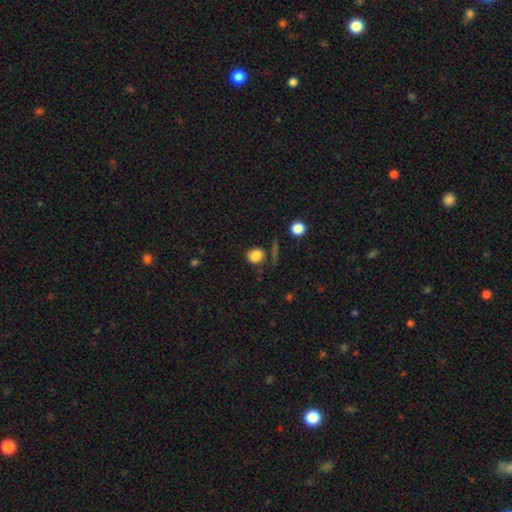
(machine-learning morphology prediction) Q: Smooth or featured?
A: smooth (81%); runner-up: star or artifact (13%)
Q: How rounded?
A: round (67%); runner-up: in between (31%)
Q: Merging?
A: none (65%); runner-up: minor disturbance (18%)